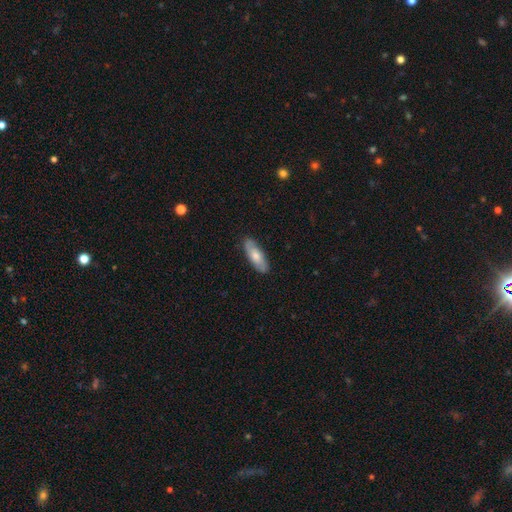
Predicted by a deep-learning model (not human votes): Morphology: type=smooth (63%); roundness=in between (67%); merging=none (86%).